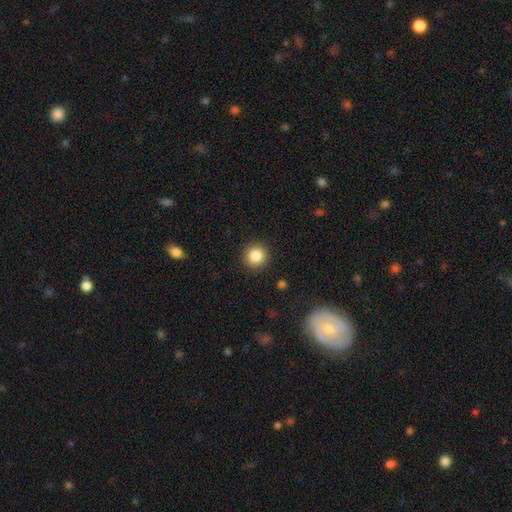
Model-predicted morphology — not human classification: This is clearly a smooth galaxy (85%). How rounded: clearly round (95%). Merging: clearly none (91%).